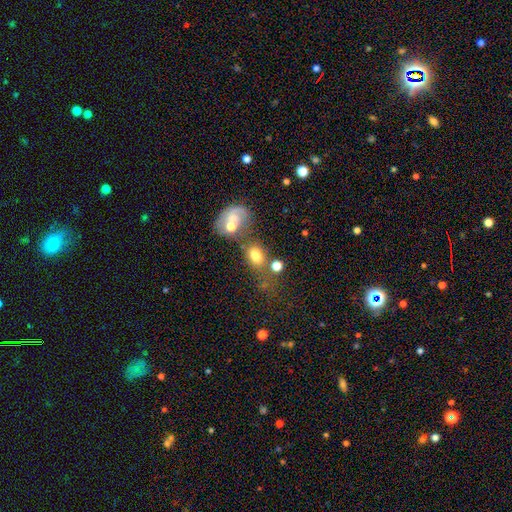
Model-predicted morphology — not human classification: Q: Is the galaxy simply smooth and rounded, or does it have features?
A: smooth — 73%.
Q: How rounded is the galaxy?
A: in between — 72%.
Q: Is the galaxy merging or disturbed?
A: none — 41%.